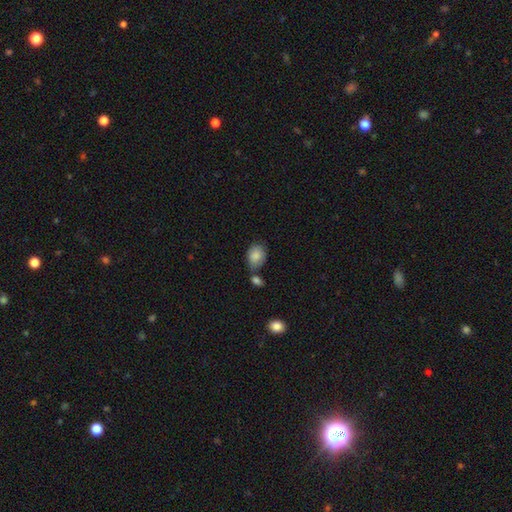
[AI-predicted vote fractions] Morphology: type=smooth (86%); roundness=in between (66%); merging=none (56%).